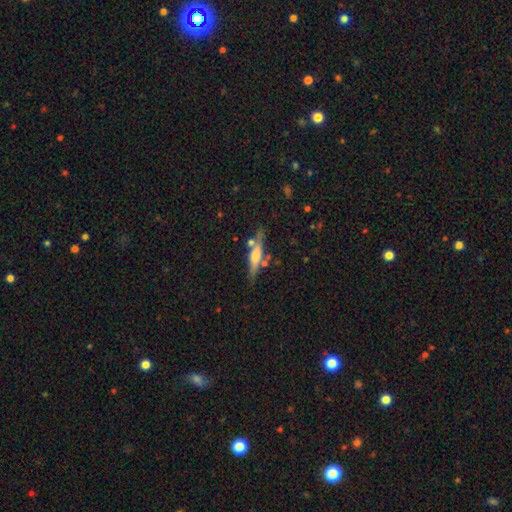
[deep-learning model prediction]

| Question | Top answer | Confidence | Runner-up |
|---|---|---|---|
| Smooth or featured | featured or disk | 50% | smooth (42%) |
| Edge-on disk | yes | 92% | no (8%) |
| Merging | none | 72% | minor disturbance (15%) |